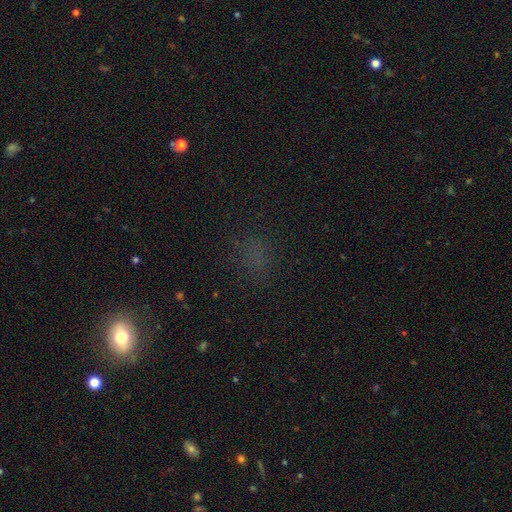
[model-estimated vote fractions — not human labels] smooth_or_featured: smooth (p=0.52) [alt: star or artifact p=0.37]
how_rounded: round (p=0.52) [alt: in between p=0.44]
merging: none (p=0.72) [alt: minor disturbance p=0.14]